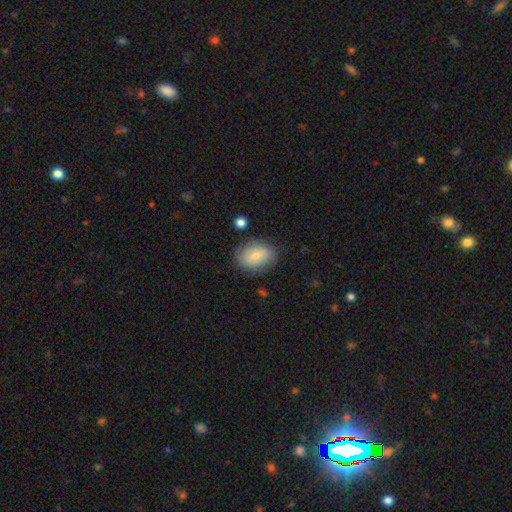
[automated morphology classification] The model was most divided on "how rounded": in between: 75%, round: 24%, cigar-shaped: 1%. More confident: smooth or featured — smooth (77%); merging — none (75%).